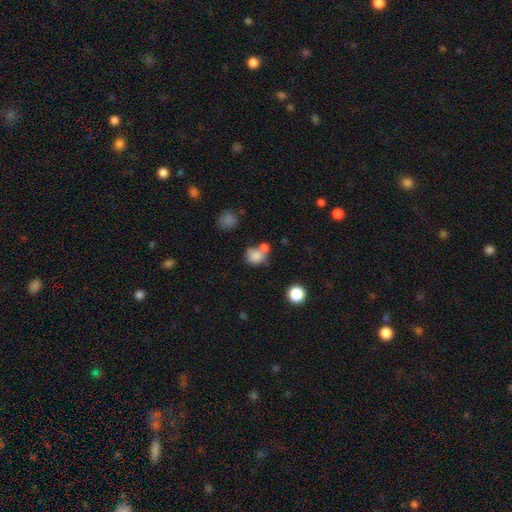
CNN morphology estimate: The model was most divided on "merging": none: 44%, merger: 38%, minor disturbance: 12%, major disturbance: 6%. More confident: smooth or featured — smooth (80%); how rounded — round (78%).